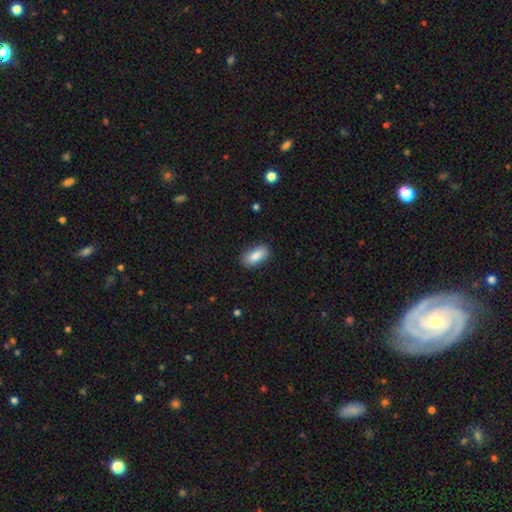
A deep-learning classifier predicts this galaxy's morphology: Q: Smooth or featured?
A: smooth (87%); runner-up: star or artifact (7%)
Q: How rounded?
A: in between (88%); runner-up: cigar-shaped (9%)
Q: Merging?
A: none (85%); runner-up: minor disturbance (12%)